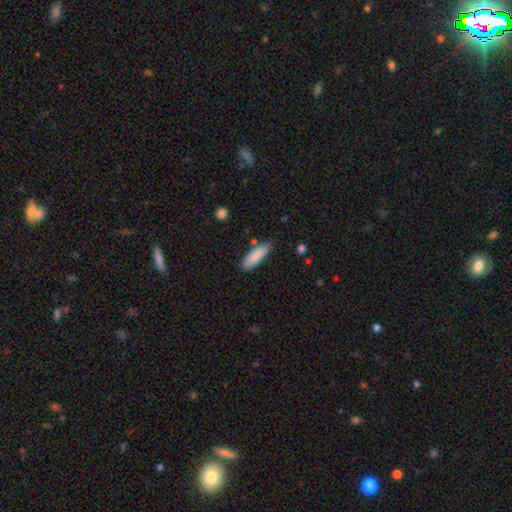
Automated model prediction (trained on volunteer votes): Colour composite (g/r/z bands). It shows a smooth galaxy with no disk features (87%) that is cigar-shaped (50%). Merging: none (78%).